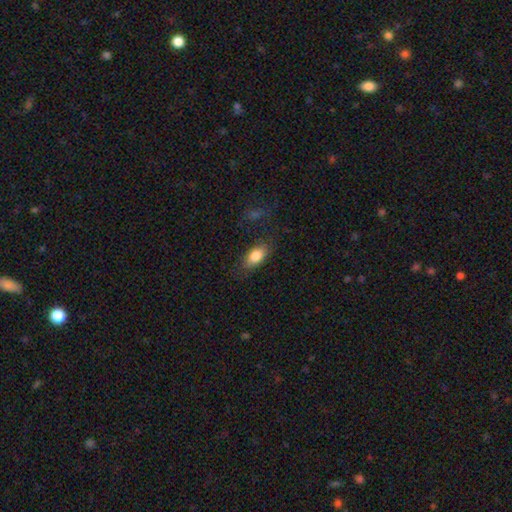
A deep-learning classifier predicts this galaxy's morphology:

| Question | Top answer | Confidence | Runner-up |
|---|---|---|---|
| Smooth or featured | smooth | 82% | featured or disk (11%) |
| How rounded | in between | 88% | cigar-shaped (6%) |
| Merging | none | 79% | minor disturbance (14%) |